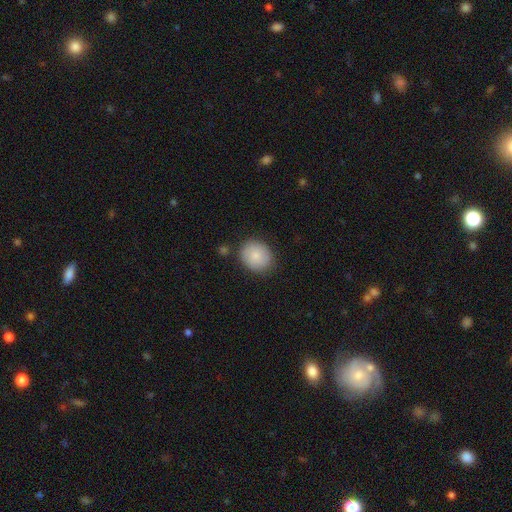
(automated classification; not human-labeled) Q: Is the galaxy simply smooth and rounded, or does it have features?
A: smooth — 82%.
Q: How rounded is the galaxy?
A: round — 73%.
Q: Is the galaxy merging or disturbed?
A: none — 82%.